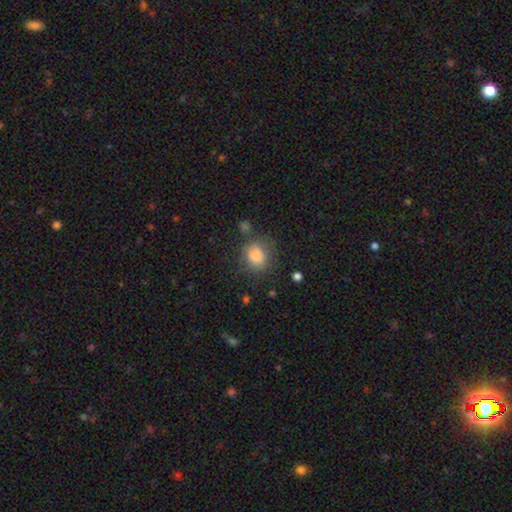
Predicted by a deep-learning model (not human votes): This is clearly a smooth galaxy (83%). How rounded: likely round (65%). Merging: likely none (68%).